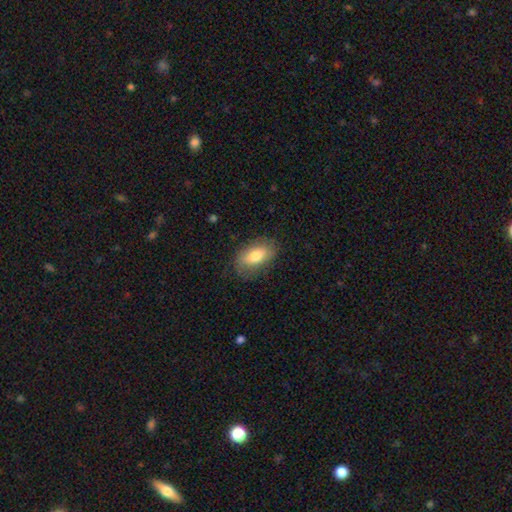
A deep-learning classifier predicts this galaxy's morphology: smooth-or-featured: smooth: 75% | featured or disk: 18% | star or artifact: 7%
  how-rounded: in between: 89% | cigar-shaped: 5% | round: 5%
  merging: none: 79% | minor disturbance: 16% | major disturbance: 4% | merger: 1%